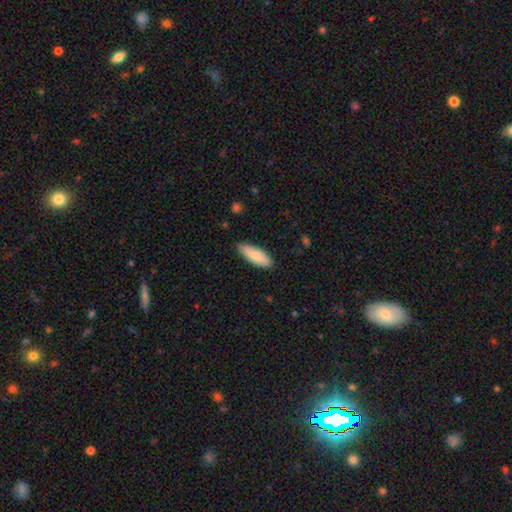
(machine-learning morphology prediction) The model was most divided on "how rounded": in between: 64%, cigar-shaped: 34%, round: 2%. More confident: merging — none (85%); smooth or featured — smooth (84%).